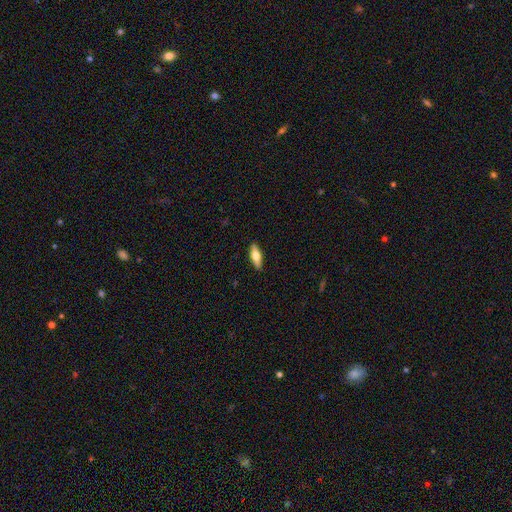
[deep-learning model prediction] Smooth or featured? smooth (59%)
How rounded? in between (61%)
Merging? none (90%)